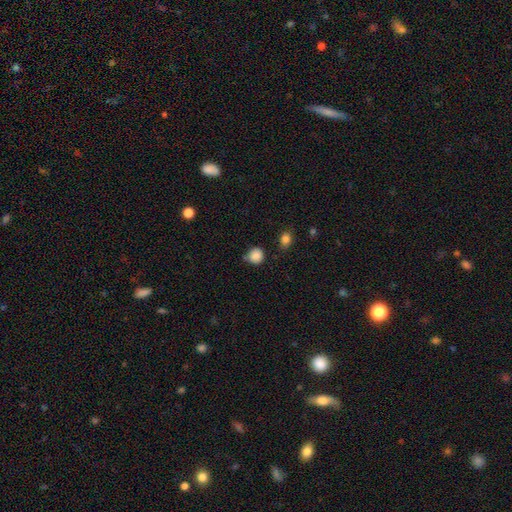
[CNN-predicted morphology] Smooth or featured? smooth (87%)
How rounded? round (85%)
Merging? none (71%)